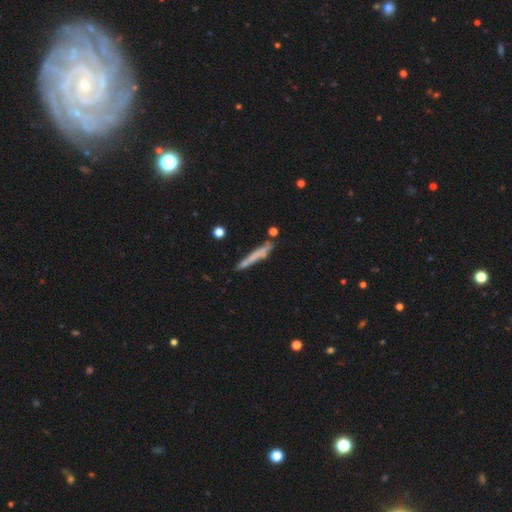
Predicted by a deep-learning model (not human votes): smooth 58%, featured or disk 34%, star or artifact 8%. Down the decision tree: how rounded — cigar-shaped (95%); merging — none (73%).